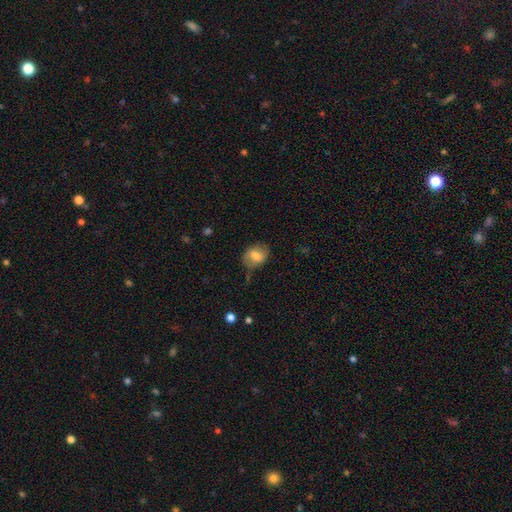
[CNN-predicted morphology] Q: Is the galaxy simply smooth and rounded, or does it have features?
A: smooth — 71%.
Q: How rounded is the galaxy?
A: in between — 59%.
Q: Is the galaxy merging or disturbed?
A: none — 57%.